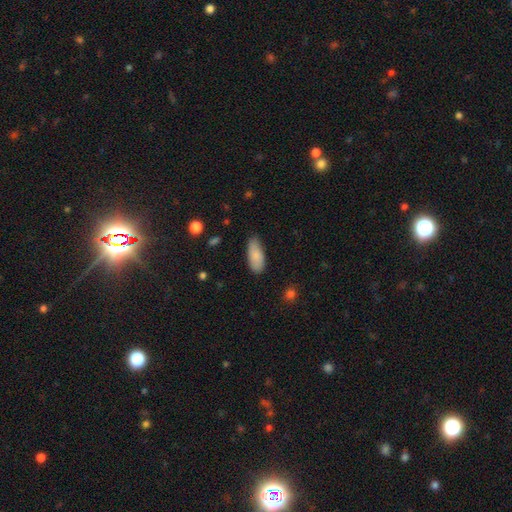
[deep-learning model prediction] This is clearly a smooth galaxy (85%). How rounded: clearly in between (84%). Merging: likely none (73%).